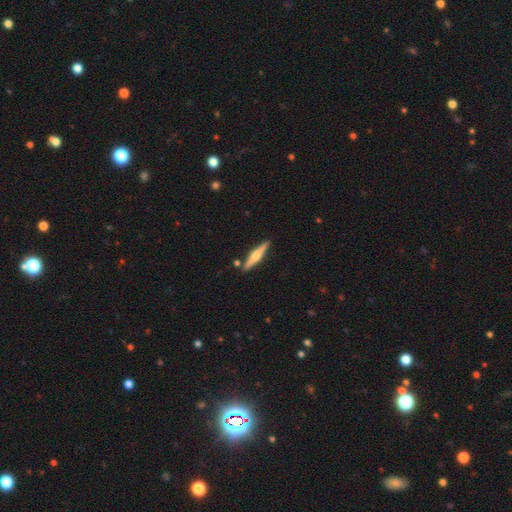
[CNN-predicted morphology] A featured or disk galaxy (65%) viewed edge-on (97%) with a rounded central bulge (89%).

Vote fractions:
- Smooth or featured? featured or disk: 65% / smooth: 30% / star or artifact: 5%
- Edge-on disk? yes: 97% / no: 3%
- Edge-on bulge? rounded: 89% / boxy: 7% / none: 4%
- Merging? none: 86% / minor disturbance: 8% / merger: 4% / major disturbance: 2%